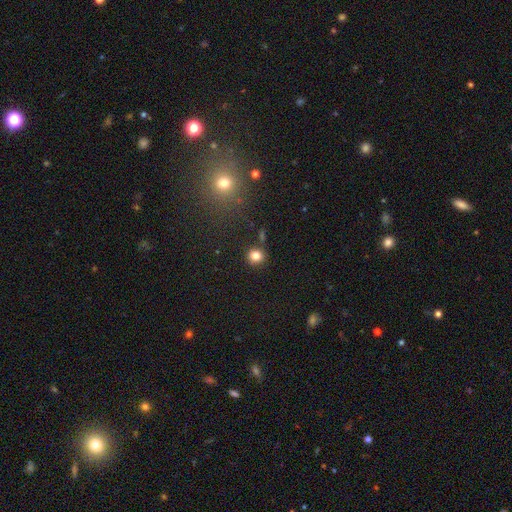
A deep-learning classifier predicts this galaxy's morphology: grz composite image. It shows a smooth galaxy with no disk features (81%) that is round (85%). Merging: none (84%).